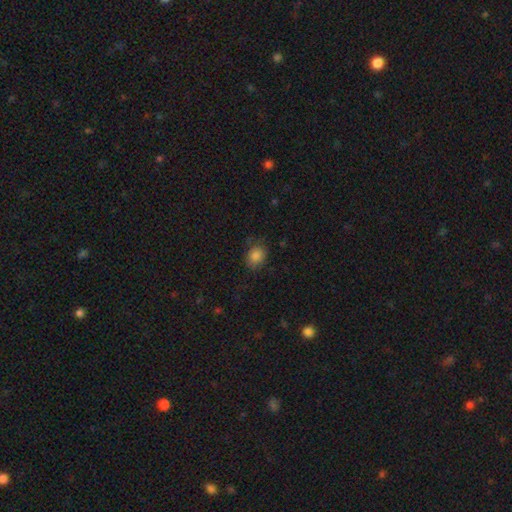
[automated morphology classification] A smooth galaxy with no disk features (83%) that is round (61%).

Vote fractions:
- Smooth or featured? smooth: 83% / star or artifact: 10% / featured or disk: 7%
- How rounded? round: 61% / in between: 38% / cigar-shaped: 1%
- Merging? none: 71% / minor disturbance: 21% / major disturbance: 7% / merger: 1%